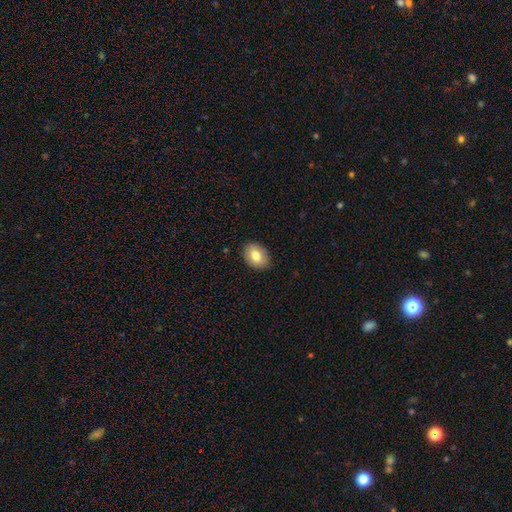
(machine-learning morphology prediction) Smooth or featured: smooth — 80% (featured or disk — 13%)
How rounded: in between — 74% (round — 25%)
Merging: none — 87% (minor disturbance — 10%)